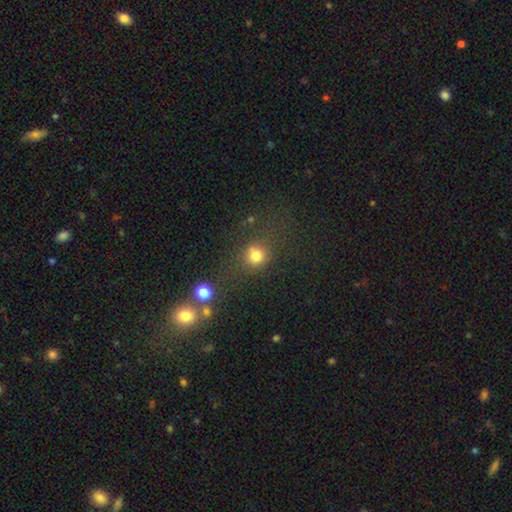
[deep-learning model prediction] The model was most divided on "merging": none: 62%, merger: 15%, minor disturbance: 14%, major disturbance: 10%. More confident: how rounded — round (80%); smooth or featured — smooth (75%).